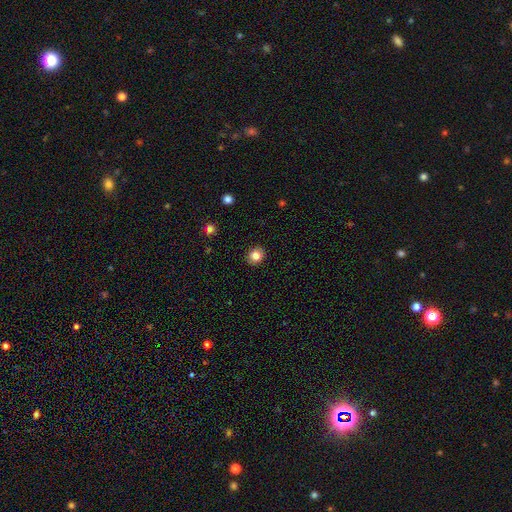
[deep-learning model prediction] Smooth or featured? smooth (82%)
How rounded? round (73%)
Merging? none (91%)